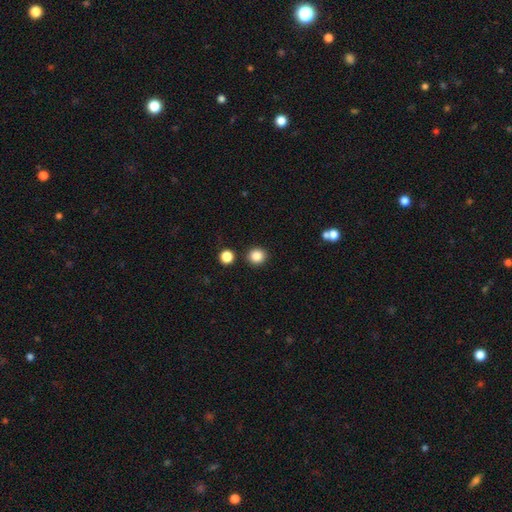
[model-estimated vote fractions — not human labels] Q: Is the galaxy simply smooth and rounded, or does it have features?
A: smooth — 86%.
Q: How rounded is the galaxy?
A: round — 92%.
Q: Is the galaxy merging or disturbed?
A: none — 90%.